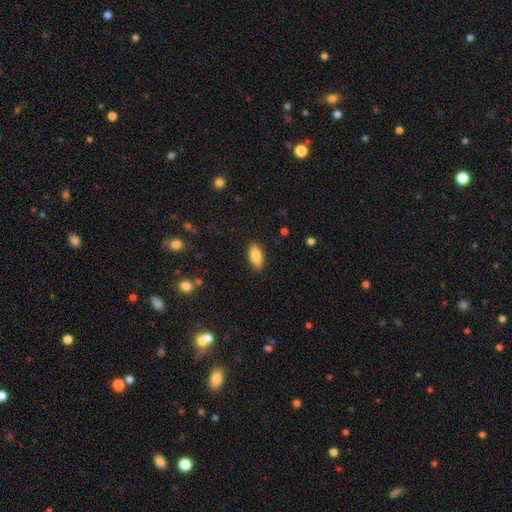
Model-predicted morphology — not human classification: Q: Smooth or featured?
A: smooth (84%); runner-up: featured or disk (9%)
Q: How rounded?
A: in between (81%); runner-up: cigar-shaped (17%)
Q: Merging?
A: none (88%); runner-up: minor disturbance (9%)